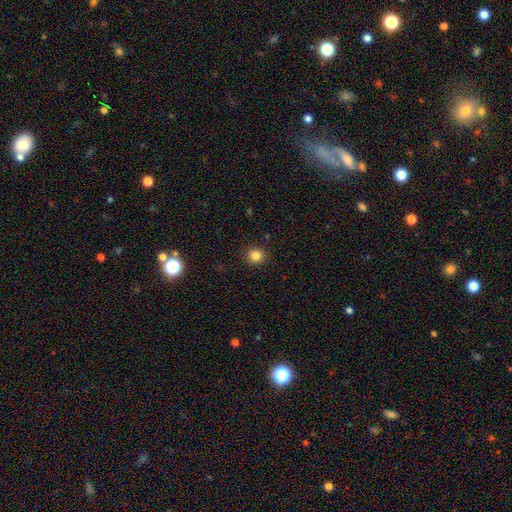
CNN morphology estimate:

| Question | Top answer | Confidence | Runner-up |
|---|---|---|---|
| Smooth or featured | smooth | 83% | star or artifact (13%) |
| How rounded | round | 92% | in between (7%) |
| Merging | none | 91% | minor disturbance (6%) |